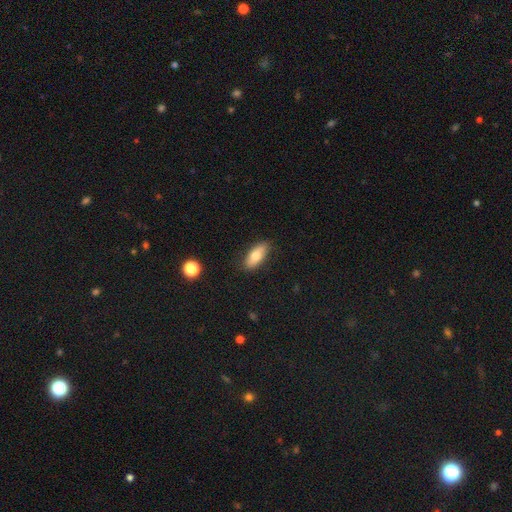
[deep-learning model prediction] Smooth or featured: smooth — 73% (featured or disk — 20%)
How rounded: in between — 78% (cigar-shaped — 18%)
Merging: none — 85% (minor disturbance — 12%)